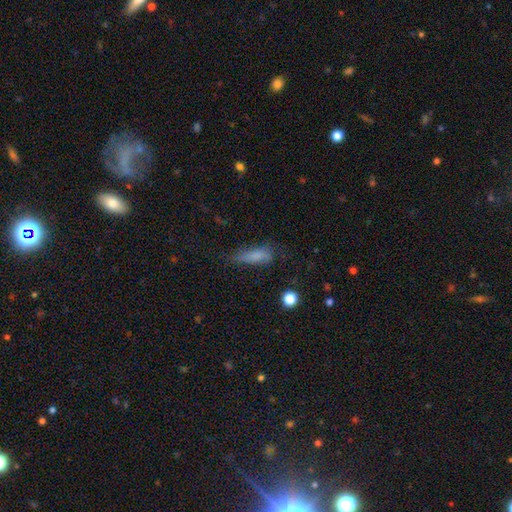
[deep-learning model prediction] The model was most divided on "how rounded": in between: 50%, cigar-shaped: 47%, round: 4%. Remaining: smooth or featured — smooth (71%); merging — none (44%).